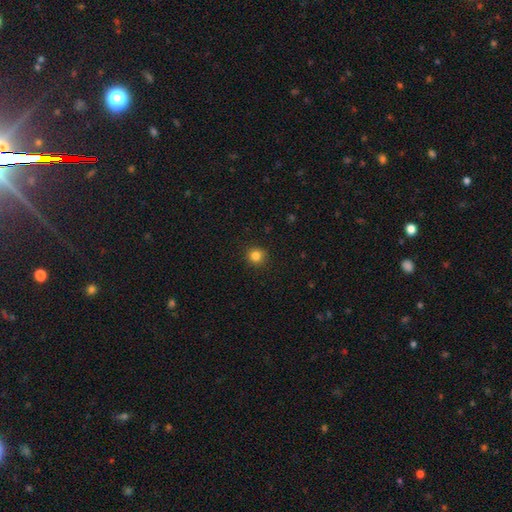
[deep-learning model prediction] Morphology: type=smooth (84%); roundness=round (92%); merging=none (91%).